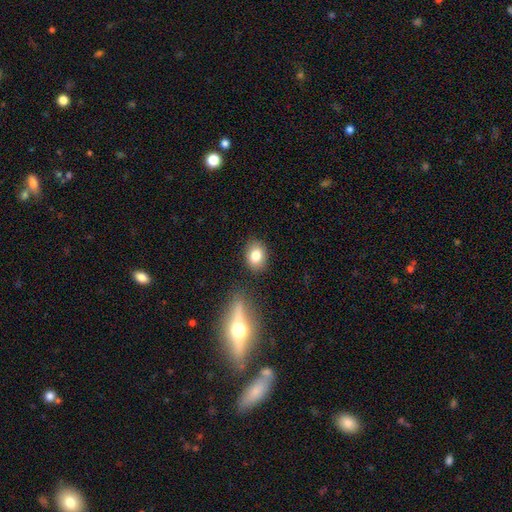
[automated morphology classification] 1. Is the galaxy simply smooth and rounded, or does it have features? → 81% smooth, 10% featured or disk, 9% star or artifact.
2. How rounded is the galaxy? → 60% in between, 38% round, 2% cigar-shaped.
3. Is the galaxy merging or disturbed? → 82% none, 10% minor disturbance, 5% merger, 3% major disturbance.